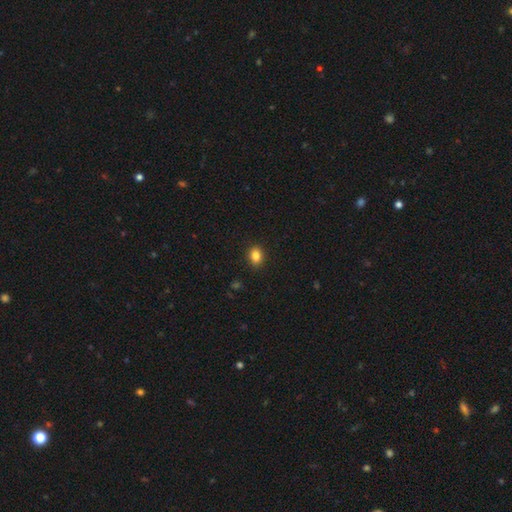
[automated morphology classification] Overall: smooth (85%). How rounded: in between (57%; round 42%). Merging: none (90%).